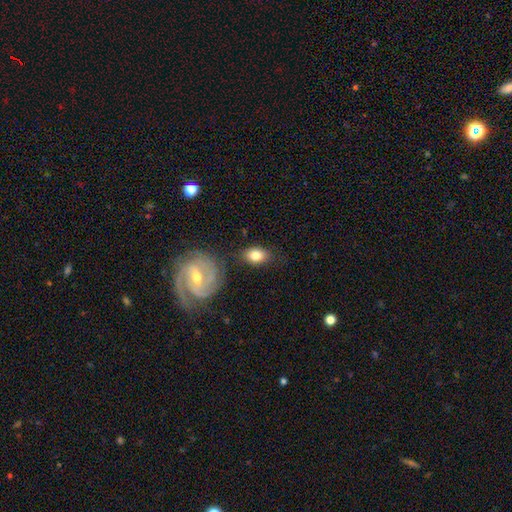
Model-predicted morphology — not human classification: A smooth galaxy with no disk features (76%) that is in between round and cigar-shaped (81%).

Vote fractions:
- Smooth or featured? smooth: 76% / featured or disk: 16% / star or artifact: 7%
- How rounded? in between: 81% / round: 18% / cigar-shaped: 2%
- Merging? none: 75% / minor disturbance: 15% / merger: 6% / major disturbance: 5%